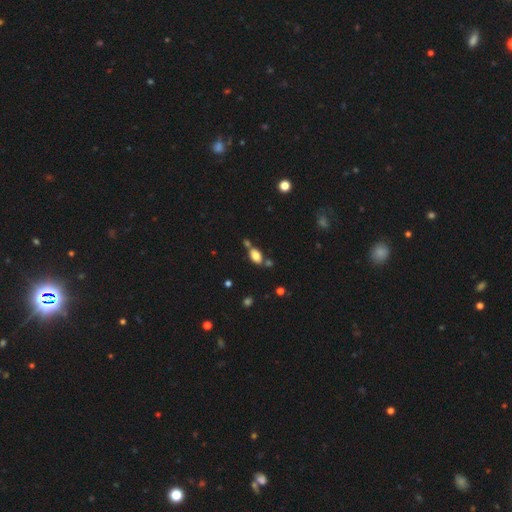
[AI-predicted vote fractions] smooth_or_featured: smooth (p=0.79) [alt: featured or disk p=0.11]
how_rounded: in between (p=0.88) [alt: round p=0.09]
merging: none (p=0.58) [alt: merger p=0.22]